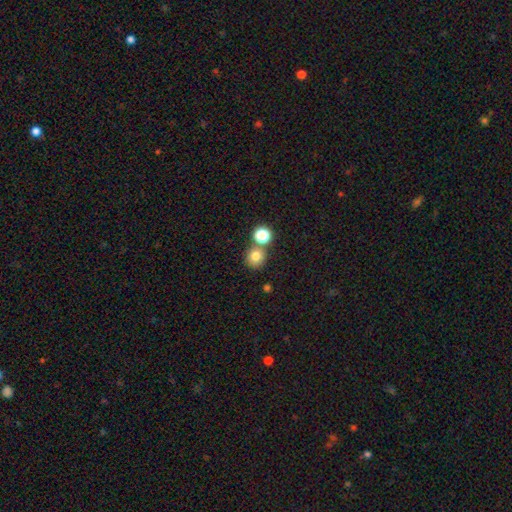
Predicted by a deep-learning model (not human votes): smooth 77%, star or artifact 15%, featured or disk 8%. Down the decision tree: how rounded — round (87%); merging — none (67%).